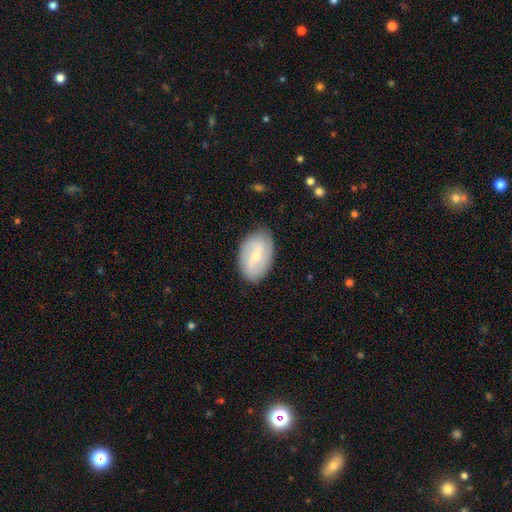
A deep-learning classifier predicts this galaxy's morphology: featured or disk 58%, smooth 36%, star or artifact 6%. Down the decision tree: edge-on disk — no (95%); bar — weak (50%); spiral arms — yes (76%); bulge size — small (66%); merging — none (83%).